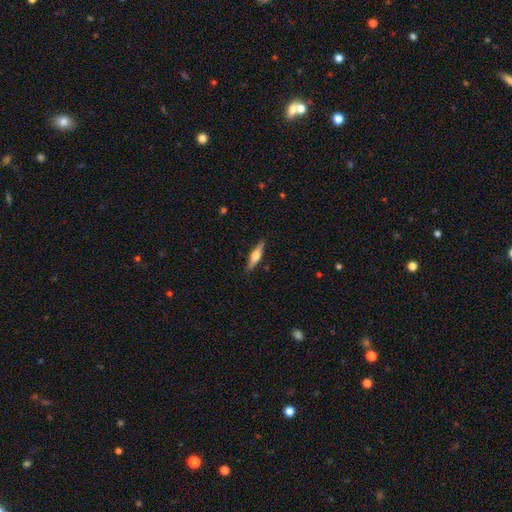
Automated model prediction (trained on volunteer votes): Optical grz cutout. It shows a featured or disk galaxy (49%). Merging: none (89%).